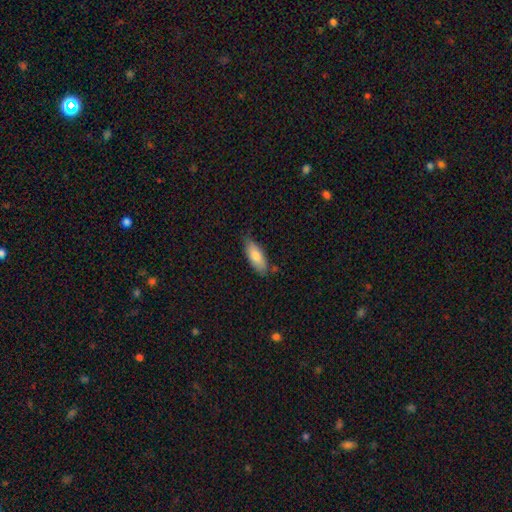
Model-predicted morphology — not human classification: The model was most divided on "merging": none: 70%, minor disturbance: 24%, major disturbance: 3%, merger: 3%. More confident: smooth or featured — smooth (80%); how rounded — in between (76%).